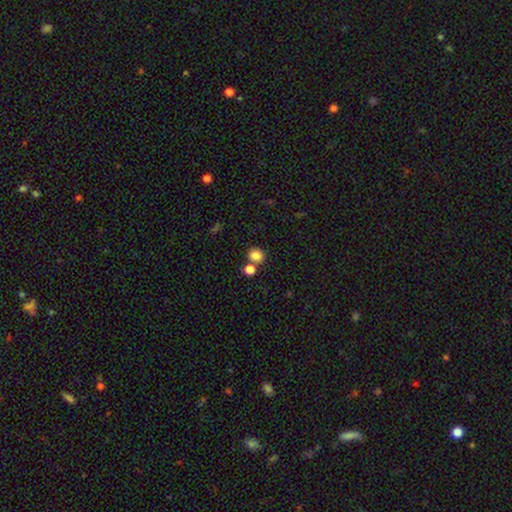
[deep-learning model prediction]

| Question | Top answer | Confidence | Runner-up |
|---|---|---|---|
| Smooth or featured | smooth | 83% | star or artifact (12%) |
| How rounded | round | 67% | in between (32%) |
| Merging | none | 66% | merger (21%) |